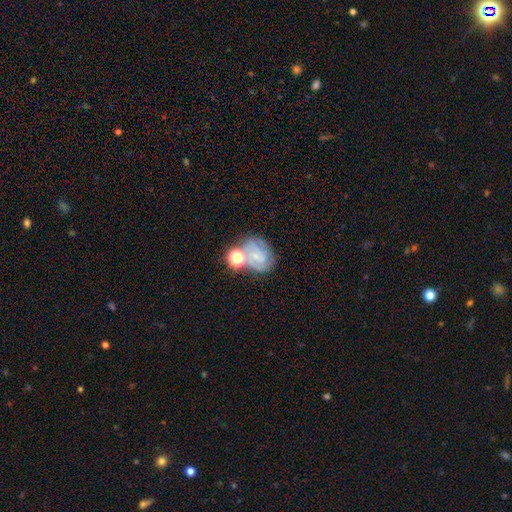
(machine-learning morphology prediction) This appears to be a featured or disk galaxy (46%). Merging: none (46%).